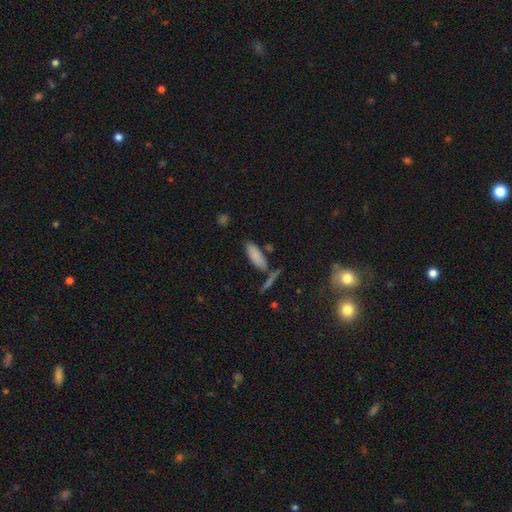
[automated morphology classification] Smooth or featured: smooth — 84% (featured or disk — 9%)
How rounded: in between — 66% (cigar-shaped — 32%)
Merging: none — 69% (minor disturbance — 14%)